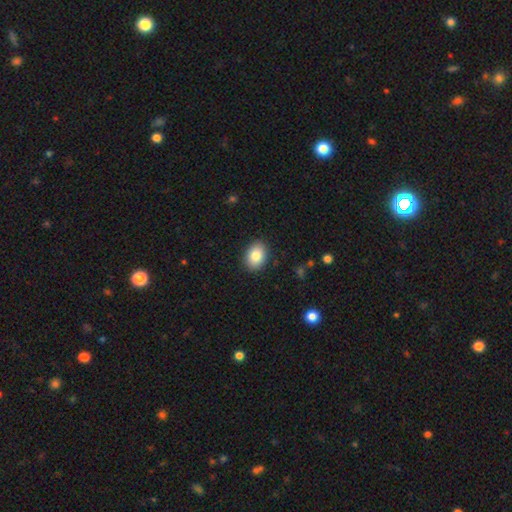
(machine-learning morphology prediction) smooth_or_featured: smooth (p=0.85) [alt: star or artifact p=0.08]
how_rounded: in between (p=0.72) [alt: round p=0.27]
merging: none (p=0.89) [alt: minor disturbance p=0.08]